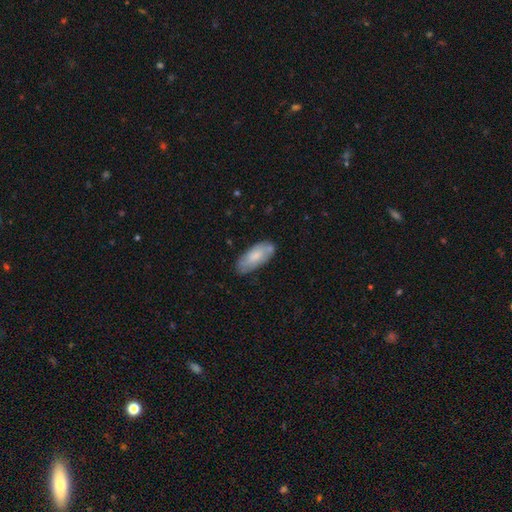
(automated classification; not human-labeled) Smooth or featured? smooth (61%)
How rounded? in between (83%)
Merging? none (71%)